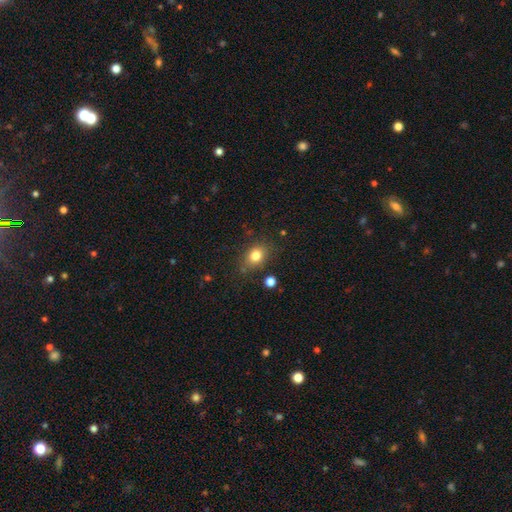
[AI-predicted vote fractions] Smooth or featured?
  - smooth: 80% *
  - star or artifact: 11%
  - featured or disk: 9%
How rounded?
  - in between: 53% *
  - round: 45%
  - cigar-shaped: 1%
Merging?
  - none: 77% *
  - minor disturbance: 15%
  - major disturbance: 5%
  - merger: 4%